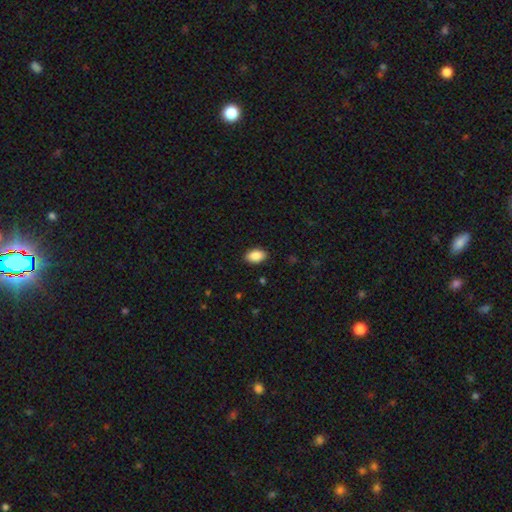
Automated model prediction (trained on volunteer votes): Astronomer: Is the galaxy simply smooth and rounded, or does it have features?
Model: smooth — 88%.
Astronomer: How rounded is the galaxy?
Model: in between — 91%.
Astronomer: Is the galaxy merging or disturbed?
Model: none — 89%.